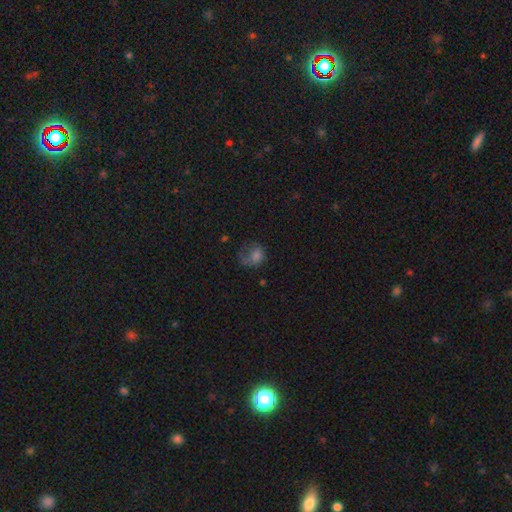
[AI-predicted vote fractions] Smooth or featured: smooth — 56% (featured or disk — 29%)
How rounded: round — 56% (in between — 43%)
Merging: major disturbance — 44% (none — 32%)